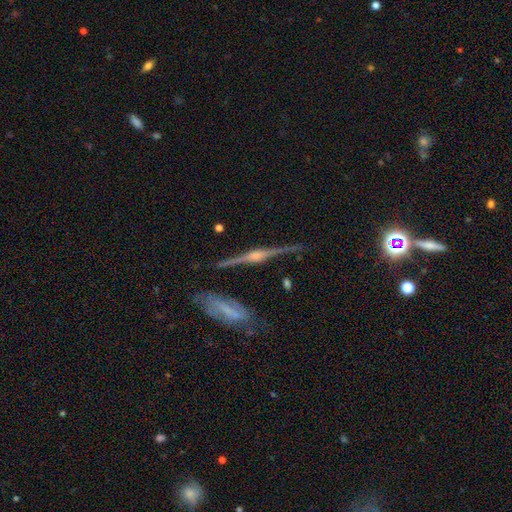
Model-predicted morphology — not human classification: Smooth or featured? featured or disk (85%)
Edge-on disk? yes (97%)
Edge-on bulge? rounded (86%)
Merging? none (81%)